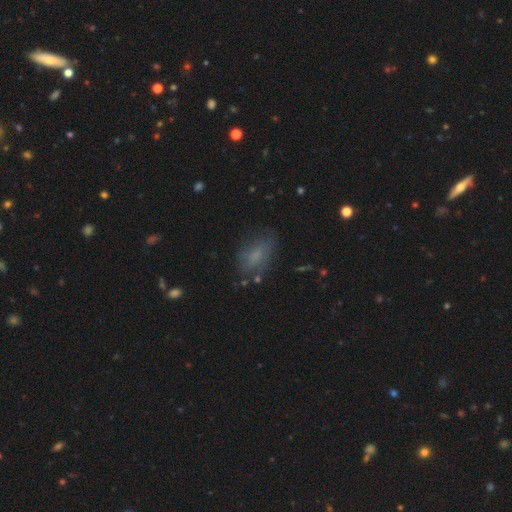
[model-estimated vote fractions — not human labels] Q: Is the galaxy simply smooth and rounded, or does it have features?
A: smooth — 66%.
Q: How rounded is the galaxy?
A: in between — 84%.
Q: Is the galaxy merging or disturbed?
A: none — 63%.